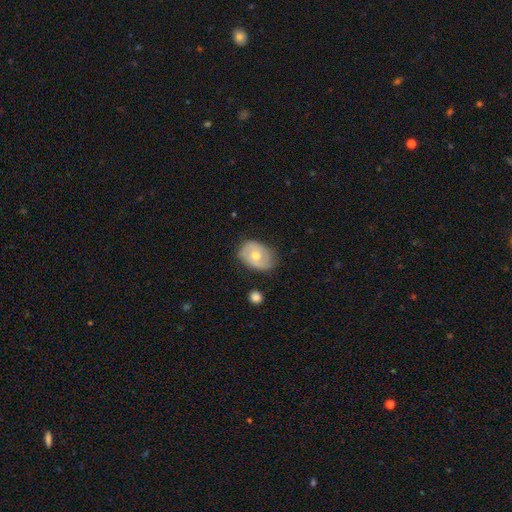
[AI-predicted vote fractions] Smooth or featured: featured or disk — 48% (smooth — 44%)
Merging: none — 72% (minor disturbance — 22%)